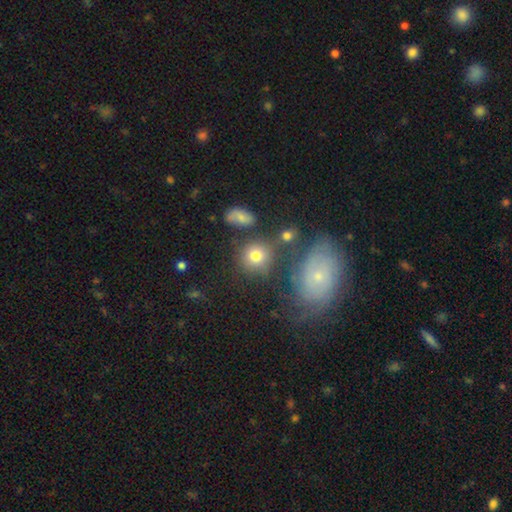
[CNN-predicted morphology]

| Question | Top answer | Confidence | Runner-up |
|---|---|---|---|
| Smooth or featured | smooth | 71% | featured or disk (15%) |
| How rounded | round | 85% | in between (13%) |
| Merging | none | 69% | minor disturbance (13%) |